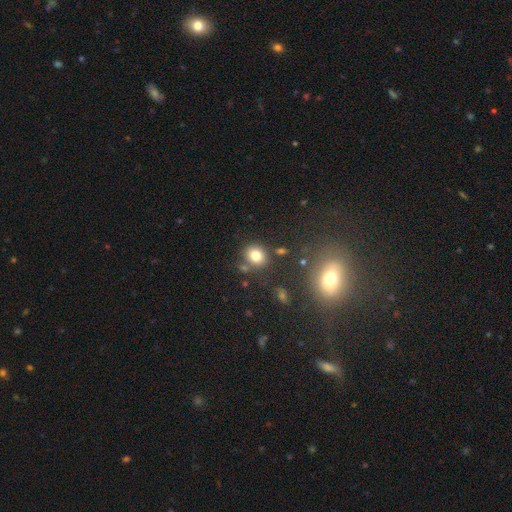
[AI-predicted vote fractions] Smooth or featured? Predicted: smooth (p=0.80). How rounded? Predicted: round (p=0.67). Merging? Predicted: none (p=0.75).